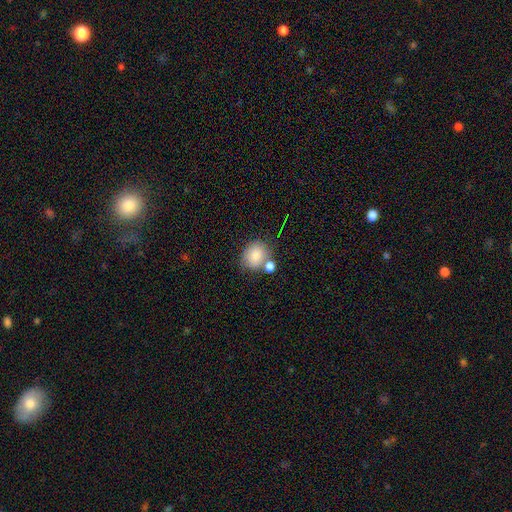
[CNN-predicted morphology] Smooth or featured?
  - smooth: 81% *
  - featured or disk: 10%
  - star or artifact: 9%
How rounded?
  - round: 67% *
  - in between: 32%
  - cigar-shaped: 1%
Merging?
  - none: 57% *
  - merger: 25%
  - minor disturbance: 13%
  - major disturbance: 4%